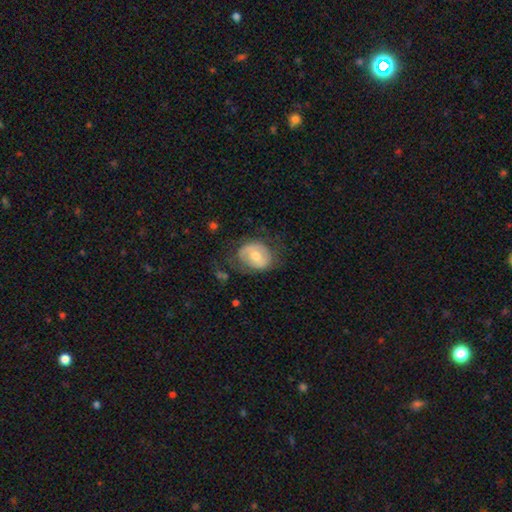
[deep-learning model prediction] Morphology: type=featured or disk (48%); merging=none (56%).